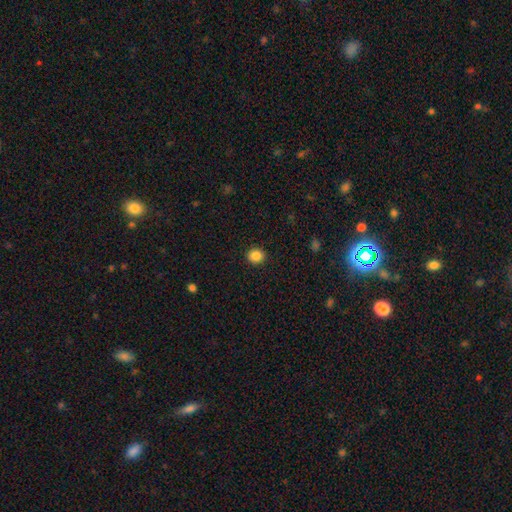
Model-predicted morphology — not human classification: smooth-or-featured: smooth: 86% | star or artifact: 10% | featured or disk: 3%
  how-rounded: round: 82% | in between: 18% | cigar-shaped: 1%
  merging: none: 91% | minor disturbance: 6% | major disturbance: 2% | merger: 1%